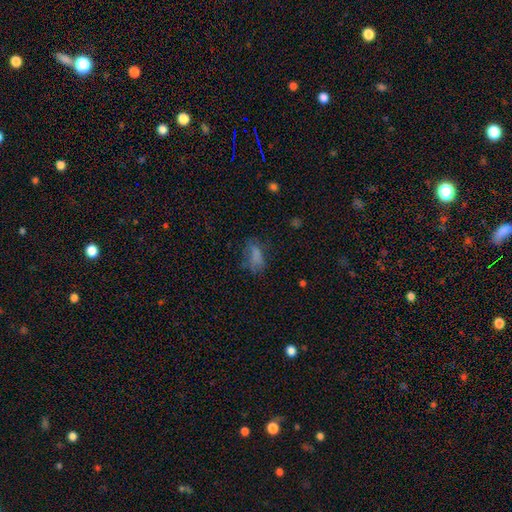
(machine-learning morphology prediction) smooth 70%, featured or disk 16%, star or artifact 14%. Down the decision tree: how rounded — in between (87%); merging — none (51%).